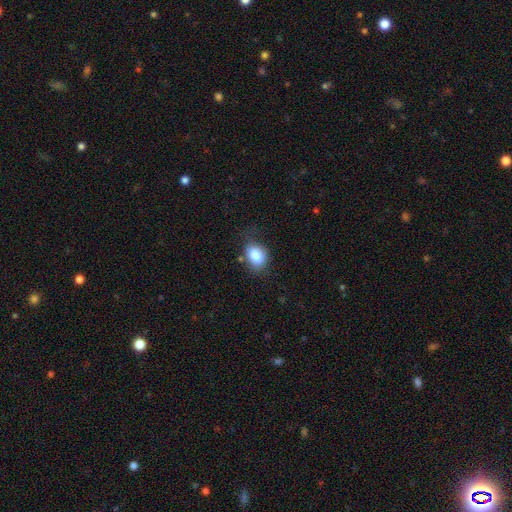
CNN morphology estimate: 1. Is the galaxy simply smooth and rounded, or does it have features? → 84% smooth, 9% star or artifact, 7% featured or disk.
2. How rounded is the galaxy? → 65% in between, 34% round, 1% cigar-shaped.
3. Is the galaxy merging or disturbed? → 63% none, 26% minor disturbance, 8% major disturbance, 3% merger.